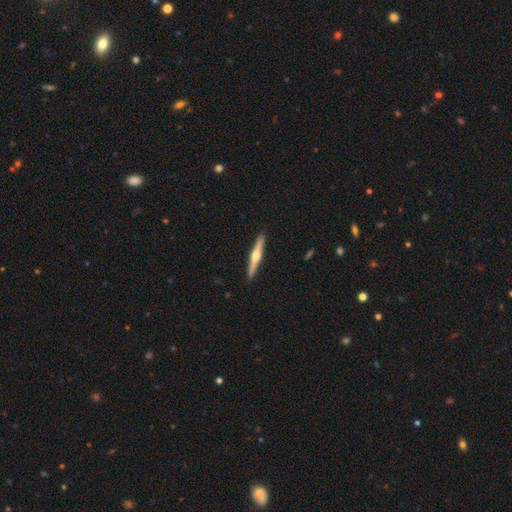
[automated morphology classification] smooth_or_featured: featured or disk (p=0.70) [alt: smooth p=0.25]
disk_edge_on: yes (p=0.98) [alt: no p=0.02]
edge_on_bulge: rounded (p=0.95) [alt: none p=0.03]
merging: none (p=0.92) [alt: minor disturbance p=0.06]